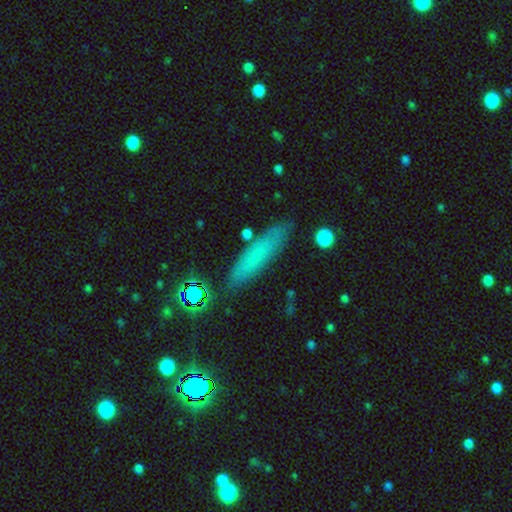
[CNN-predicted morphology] Overall: smooth (68%). How rounded: cigar-shaped (83%). Merging: none (84%).